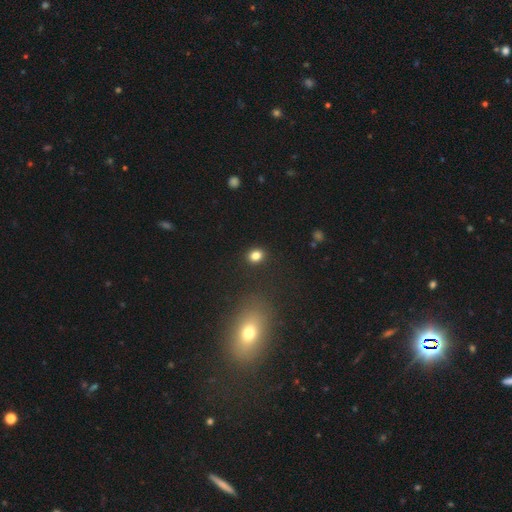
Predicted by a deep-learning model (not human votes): A smooth galaxy with no disk features (83%) that is round (60%).

Vote fractions:
- Smooth or featured? smooth: 83% / star or artifact: 12% / featured or disk: 5%
- How rounded? round: 60% / in between: 39% / cigar-shaped: 1%
- Merging? none: 89% / minor disturbance: 7% / major disturbance: 2% / merger: 2%